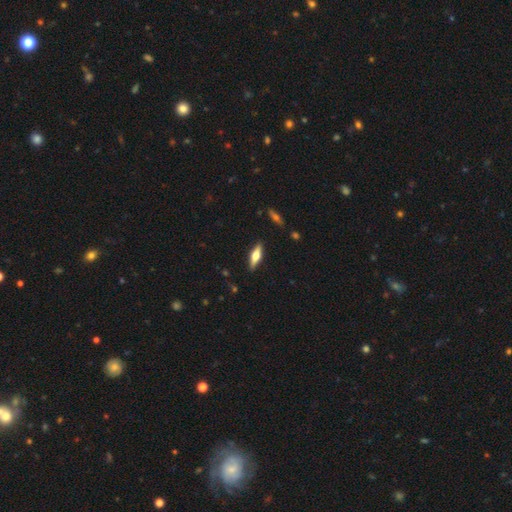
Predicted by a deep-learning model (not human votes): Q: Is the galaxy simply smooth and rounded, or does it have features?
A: featured or disk — 50%.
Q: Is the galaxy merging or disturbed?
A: none — 88%.